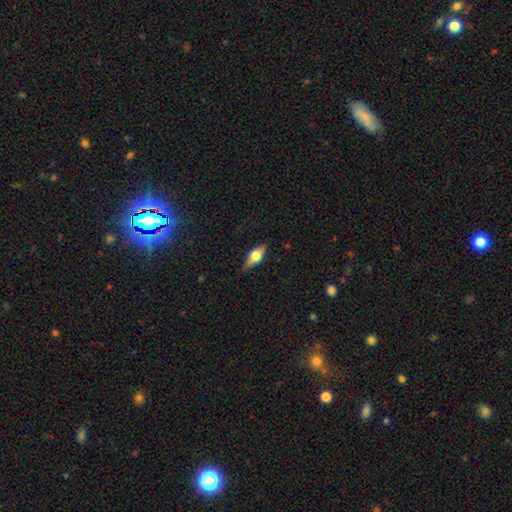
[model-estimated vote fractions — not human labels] smooth-or-featured: featured or disk: 55% | smooth: 37% | star or artifact: 8%
  disk-edge-on: yes: 93% | no: 7%
    edge-on-bulge: rounded: 93% | boxy: 6% | none: 1%
  merging: none: 83% | minor disturbance: 13% | major disturbance: 3% | merger: 1%